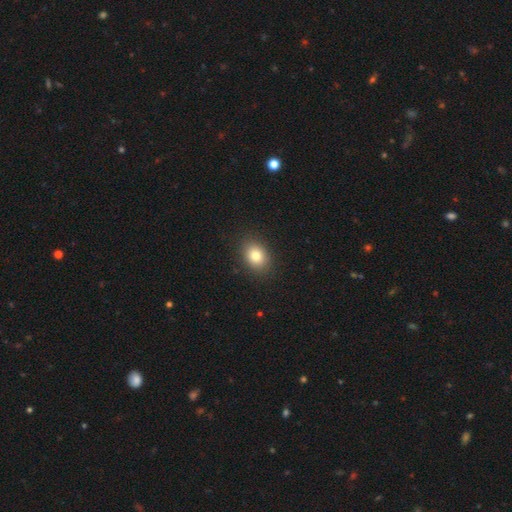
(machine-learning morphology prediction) The model was most divided on "how rounded": in between: 60%, round: 39%, cigar-shaped: 1%. More confident: merging — none (88%); smooth or featured — smooth (82%).